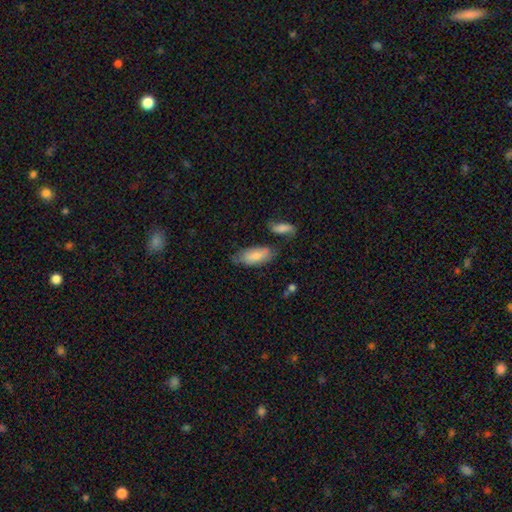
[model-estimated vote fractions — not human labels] Q: Smooth or featured?
A: smooth (75%); runner-up: featured or disk (19%)
Q: How rounded?
A: in between (84%); runner-up: cigar-shaped (14%)
Q: Merging?
A: none (59%); runner-up: minor disturbance (24%)